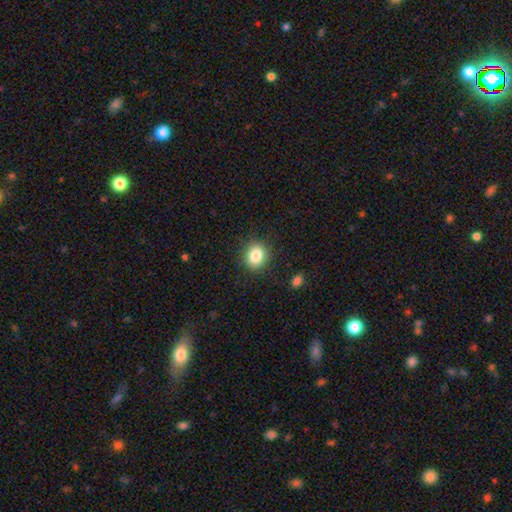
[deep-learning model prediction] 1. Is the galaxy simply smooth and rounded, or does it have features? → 84% smooth, 10% star or artifact, 6% featured or disk.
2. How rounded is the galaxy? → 68% round, 31% in between, 1% cigar-shaped.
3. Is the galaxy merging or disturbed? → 88% none, 8% minor disturbance, 3% major disturbance, 1% merger.